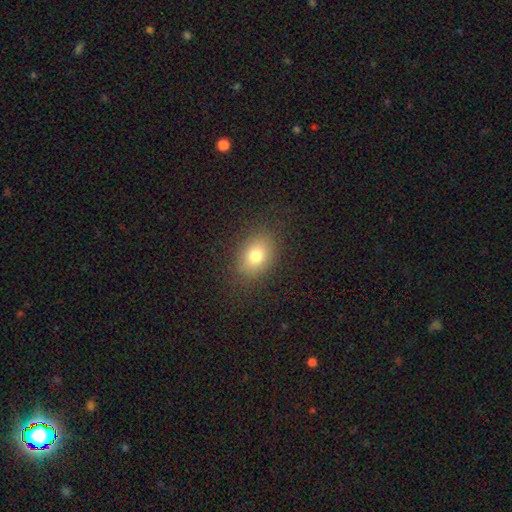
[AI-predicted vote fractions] A smooth galaxy with no disk features (78%) that is in between round and cigar-shaped (70%). Merging: none (86%).